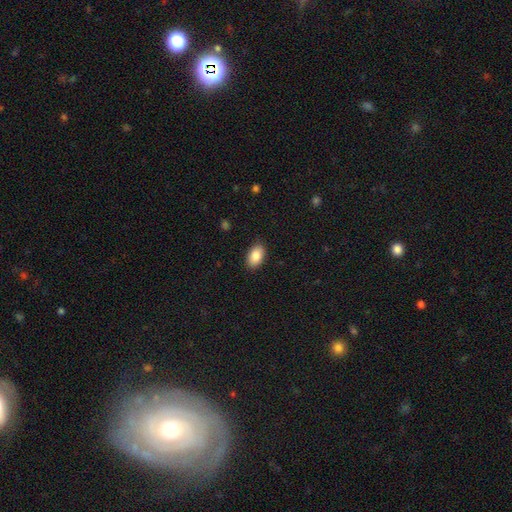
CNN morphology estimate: Overall: smooth (87%). How rounded: in between (93%). Merging: none (89%).